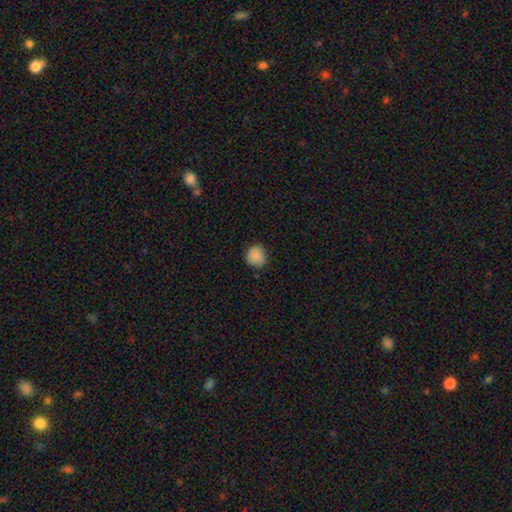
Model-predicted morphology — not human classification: The model was most divided on "merging": none: 81%, minor disturbance: 15%, major disturbance: 3%, merger: 1%. More confident: smooth or featured — smooth (87%); how rounded — round (86%).